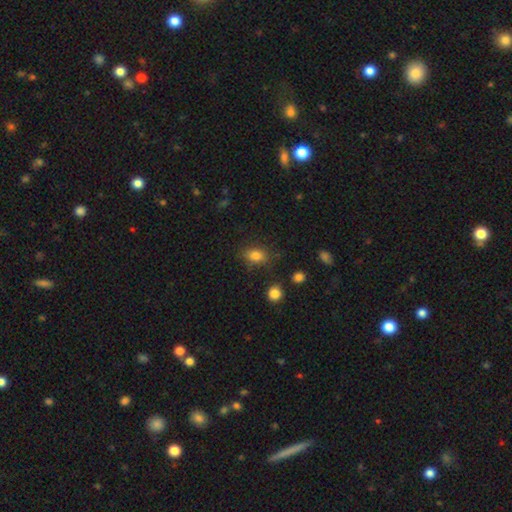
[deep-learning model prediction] The model was most divided on "how rounded": in between: 73%, round: 25%, cigar-shaped: 2%. More confident: smooth or featured — smooth (82%); merging — none (79%).